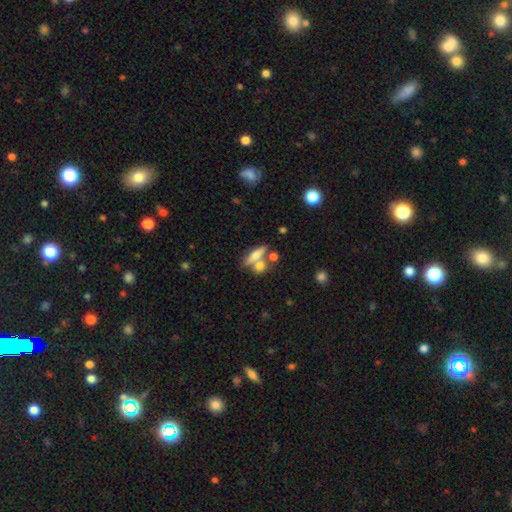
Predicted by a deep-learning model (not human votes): Smooth or featured?
  - smooth: 62% *
  - featured or disk: 29%
  - star or artifact: 10%
How rounded?
  - cigar-shaped: 46% *
  - in between: 41%
  - round: 12%
Merging?
  - none: 48% *
  - merger: 36%
  - minor disturbance: 11%
  - major disturbance: 5%